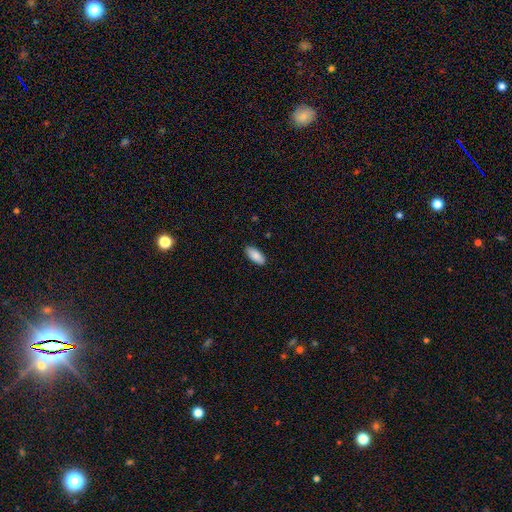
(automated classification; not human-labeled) The model was most divided on "merging": none: 89%, minor disturbance: 9%, major disturbance: 2%, merger: 1%. More confident: how rounded — in between (89%); smooth or featured — smooth (87%).